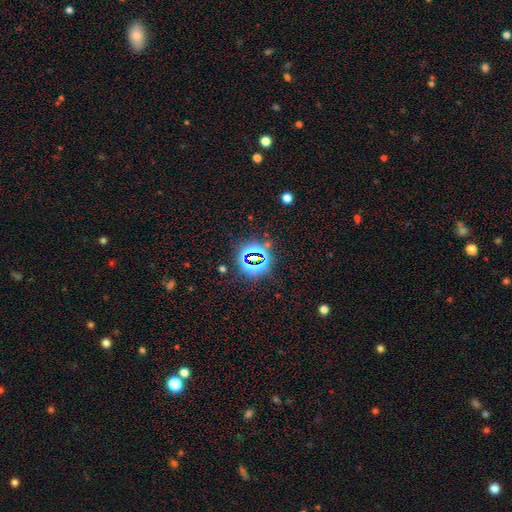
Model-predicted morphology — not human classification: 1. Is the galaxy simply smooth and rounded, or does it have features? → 78% star or artifact, 14% smooth, 8% featured or disk.